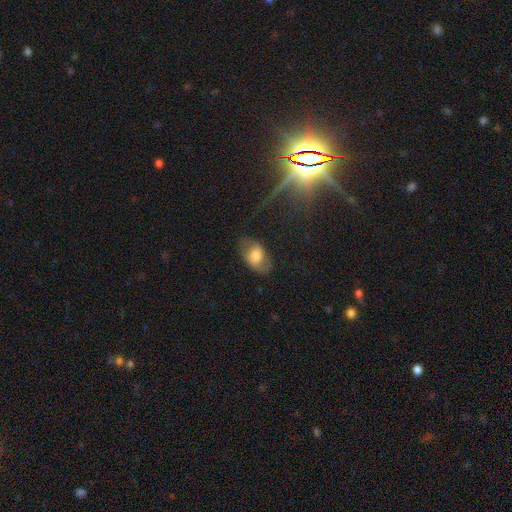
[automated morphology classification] A smooth galaxy with no disk features (64%) that is in between round and cigar-shaped (88%). Merging: none (67%).